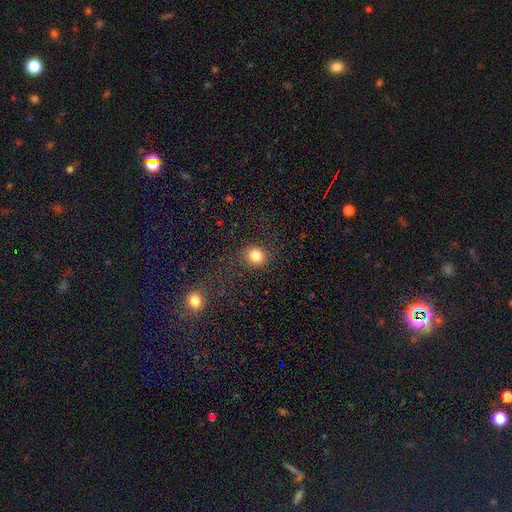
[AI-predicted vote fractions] Q: Smooth or featured?
A: smooth (82%); runner-up: star or artifact (12%)
Q: How rounded?
A: round (86%); runner-up: in between (13%)
Q: Merging?
A: none (85%); runner-up: minor disturbance (8%)